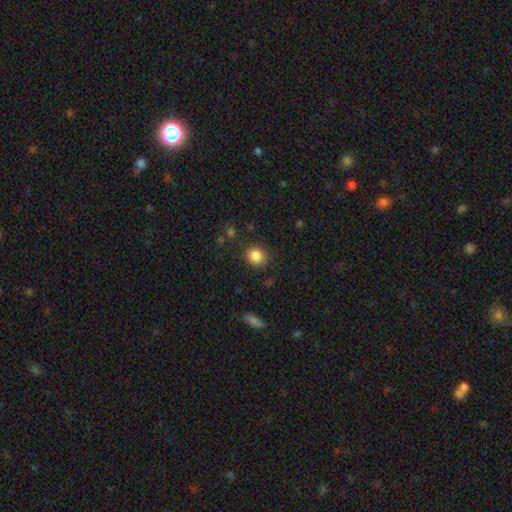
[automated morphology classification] Smooth or featured? smooth (85%)
How rounded? round (87%)
Merging? none (86%)